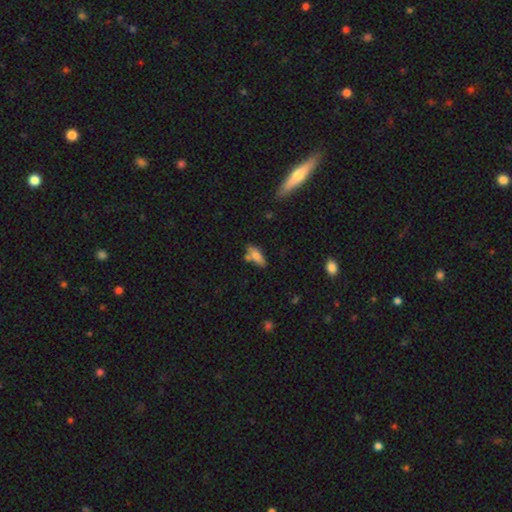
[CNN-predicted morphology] Q: Smooth or featured?
A: smooth (72%); runner-up: featured or disk (20%)
Q: How rounded?
A: in between (71%); runner-up: cigar-shaped (26%)
Q: Merging?
A: none (60%); runner-up: minor disturbance (18%)